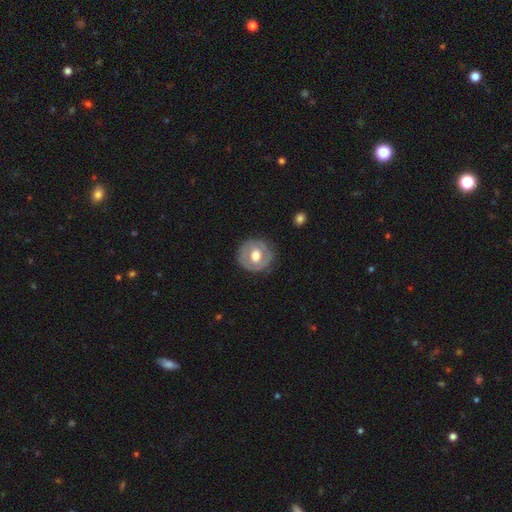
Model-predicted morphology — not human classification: featured or disk 57%, smooth 38%, star or artifact 5%. Down the decision tree: edge-on disk — no (96%); bar — no (63%); spiral arms — no (66%); bulge size — moderate (58%); merging — none (81%).